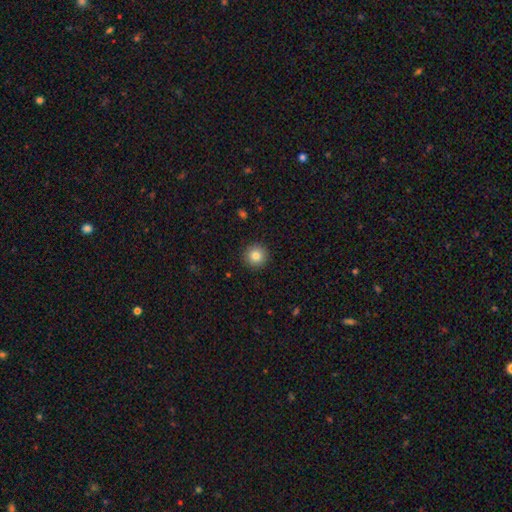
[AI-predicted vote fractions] Smooth or featured?
  - smooth: 83% *
  - star or artifact: 10%
  - featured or disk: 7%
How rounded?
  - round: 95% *
  - in between: 4%
  - cigar-shaped: 1%
Merging?
  - none: 92% *
  - minor disturbance: 5%
  - major disturbance: 2%
  - merger: 1%